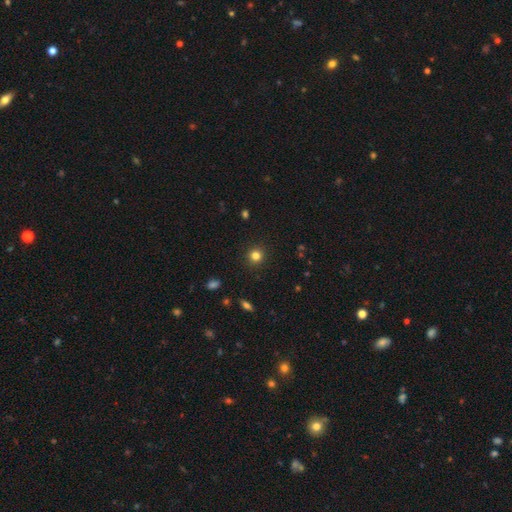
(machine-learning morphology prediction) Smooth or featured: smooth — 81% (star or artifact — 13%)
How rounded: round — 94% (in between — 5%)
Merging: none — 92% (minor disturbance — 5%)